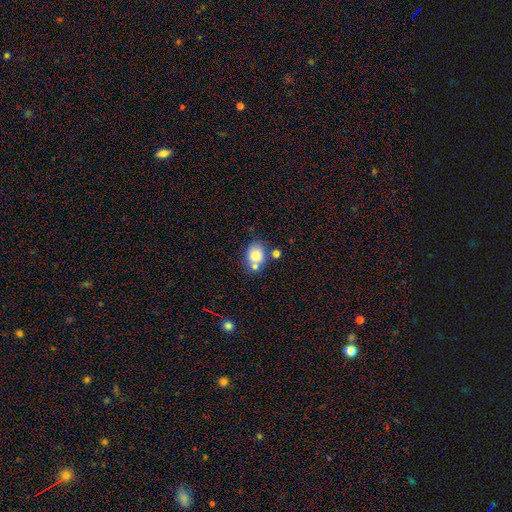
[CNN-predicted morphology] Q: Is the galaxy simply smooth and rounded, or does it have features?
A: smooth — 79%.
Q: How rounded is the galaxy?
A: in between — 53%.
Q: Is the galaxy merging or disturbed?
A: none — 53%.